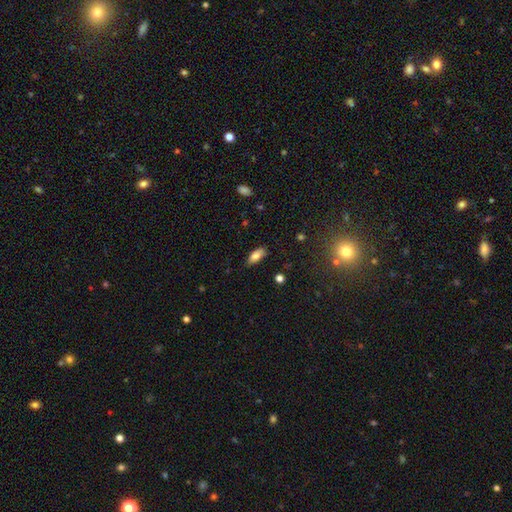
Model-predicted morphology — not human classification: smooth_or_featured: smooth (p=0.79) [alt: featured or disk p=0.13]
how_rounded: in between (p=0.84) [alt: cigar-shaped p=0.13]
merging: none (p=0.83) [alt: minor disturbance p=0.13]